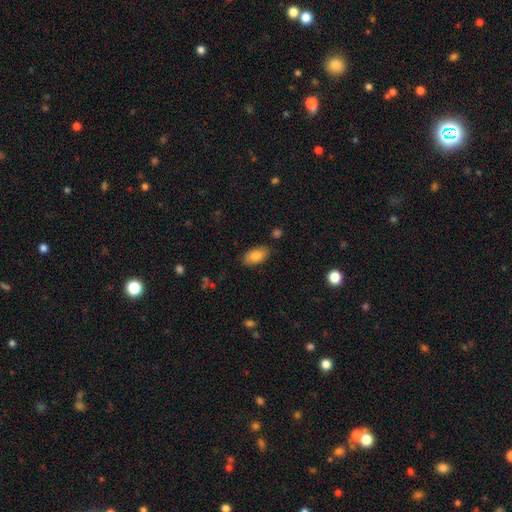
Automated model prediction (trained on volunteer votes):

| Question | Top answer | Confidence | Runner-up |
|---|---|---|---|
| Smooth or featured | smooth | 84% | featured or disk (9%) |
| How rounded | in between | 93% | round (4%) |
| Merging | none | 82% | minor disturbance (13%) |